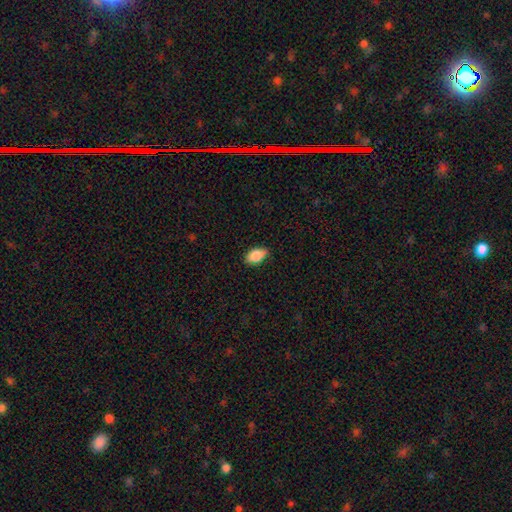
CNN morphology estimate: This is clearly a smooth galaxy (86%). How rounded: clearly in between (92%). Merging: clearly none (82%).